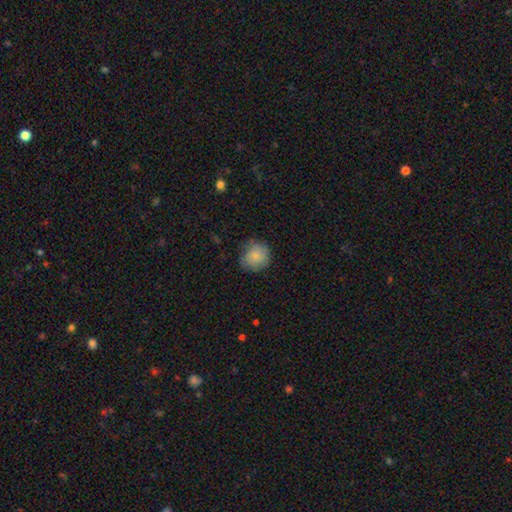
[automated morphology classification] smooth 79%, featured or disk 13%, star or artifact 8%. Down the decision tree: how rounded — round (89%); merging — none (77%).